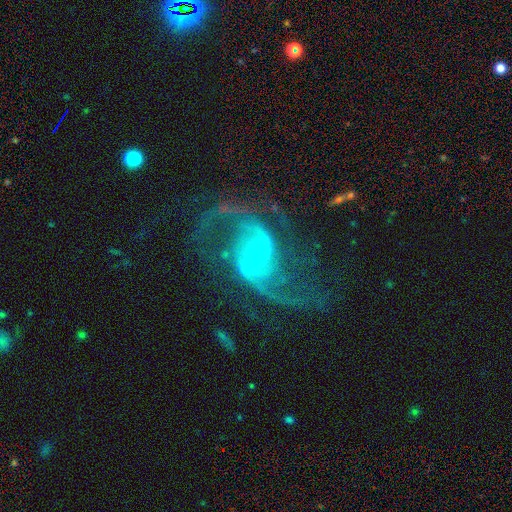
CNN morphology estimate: Overall: featured or disk (91%). Edge-on disk: no (98%). Bar: strong (41%; weak 39%). Spiral arms: yes (97%). Spiral arm count: 2 (84%). Spiral winding: medium (47%; loose 44%). Bulge size: small (78%). Merging: none (65%).